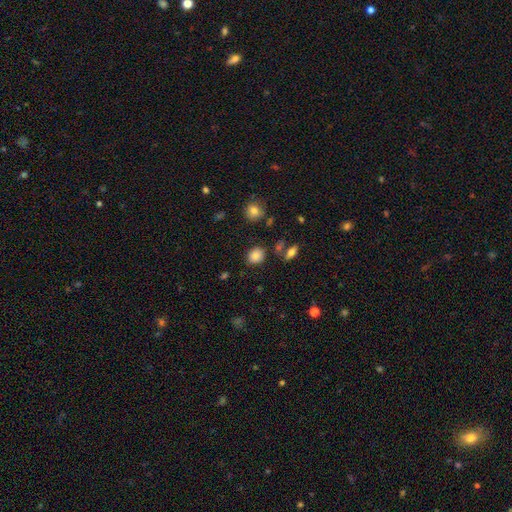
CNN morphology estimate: Smooth or featured: smooth — 83% (star or artifact — 10%)
How rounded: round — 66% (in between — 33%)
Merging: none — 84% (minor disturbance — 10%)